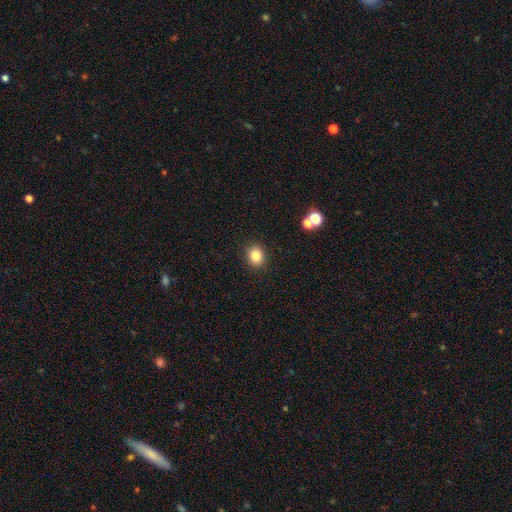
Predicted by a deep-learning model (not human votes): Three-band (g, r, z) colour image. It shows a smooth galaxy with no disk features (83%) that is round (64%). Merging: none (90%).